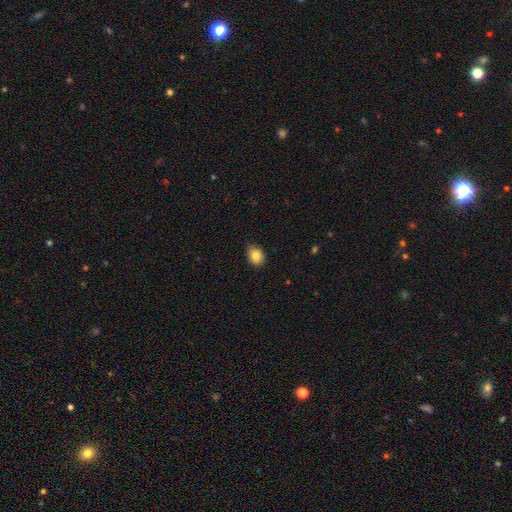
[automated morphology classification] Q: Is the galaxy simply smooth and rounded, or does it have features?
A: smooth — 84%.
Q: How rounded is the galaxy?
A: round — 52%.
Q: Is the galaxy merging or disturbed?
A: none — 72%.